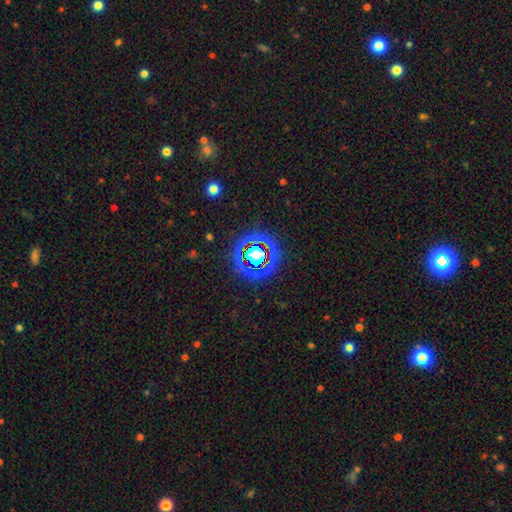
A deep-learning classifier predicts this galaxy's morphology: Q: Smooth or featured?
A: star or artifact (65%); runner-up: smooth (23%)